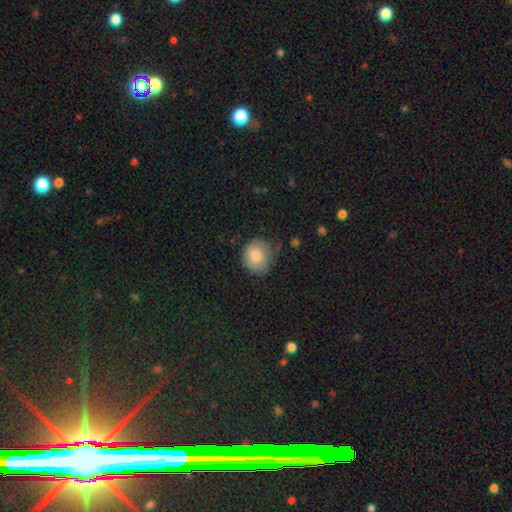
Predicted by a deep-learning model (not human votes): Smooth or featured? smooth (82%)
How rounded? round (75%)
Merging? none (55%)